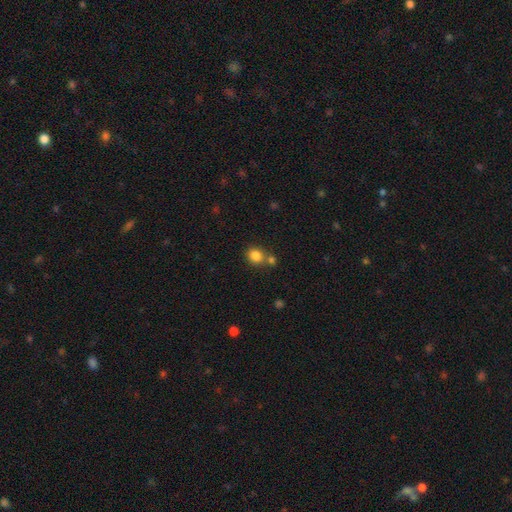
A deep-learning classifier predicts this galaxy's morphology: smooth-or-featured: smooth: 84% | star or artifact: 11% | featured or disk: 5%
  how-rounded: round: 76% | in between: 23% | cigar-shaped: 1%
  merging: none: 61% | merger: 26% | minor disturbance: 9% | major disturbance: 3%